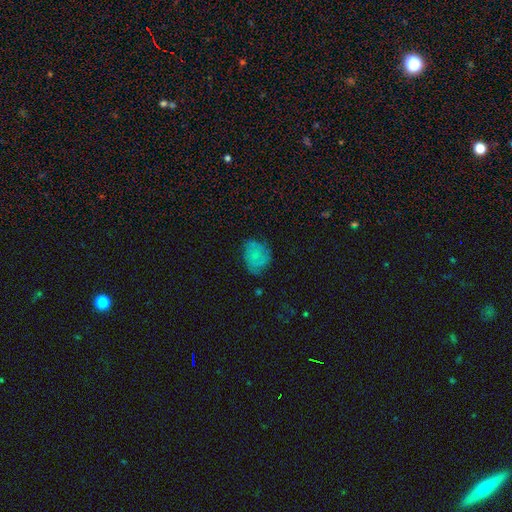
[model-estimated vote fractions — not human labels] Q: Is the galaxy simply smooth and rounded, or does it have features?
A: smooth — 64%.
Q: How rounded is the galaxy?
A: in between — 60%.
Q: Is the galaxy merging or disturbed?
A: none — 61%.